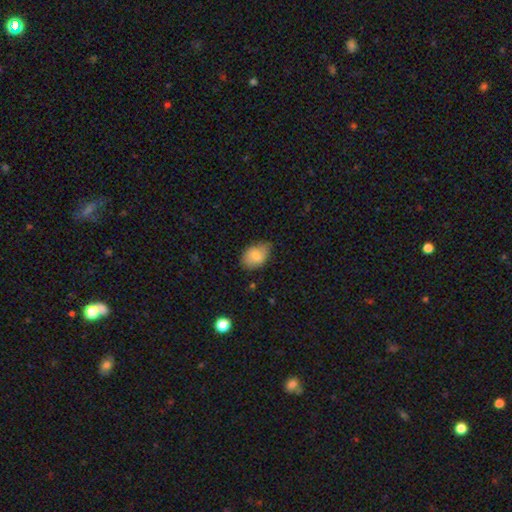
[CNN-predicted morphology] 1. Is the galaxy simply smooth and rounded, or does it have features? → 79% smooth, 14% featured or disk, 7% star or artifact.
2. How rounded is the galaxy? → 86% in between, 12% round, 1% cigar-shaped.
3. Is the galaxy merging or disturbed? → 68% none, 26% minor disturbance, 4% major disturbance, 1% merger.